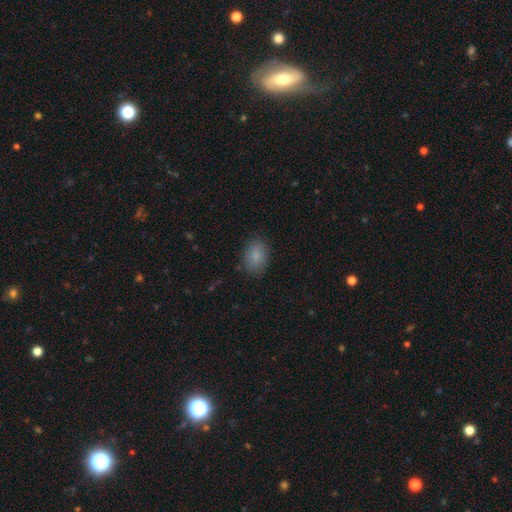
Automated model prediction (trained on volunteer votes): This is clearly a smooth galaxy (86%). How rounded: likely in between (80%). Merging: clearly none (83%).